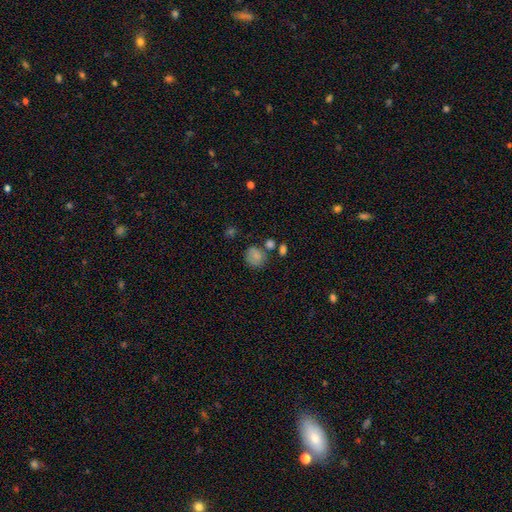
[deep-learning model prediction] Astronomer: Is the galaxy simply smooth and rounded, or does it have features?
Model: smooth — 78%.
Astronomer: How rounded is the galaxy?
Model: round — 74%.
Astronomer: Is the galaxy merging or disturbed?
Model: none — 62%.